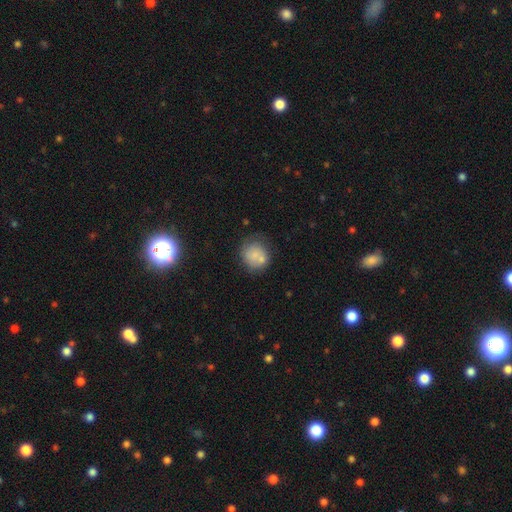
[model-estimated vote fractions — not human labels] smooth-or-featured: smooth: 73% | featured or disk: 19% | star or artifact: 8%
  how-rounded: round: 83% | in between: 16% | cigar-shaped: 1%
  merging: none: 53% | merger: 21% | minor disturbance: 19% | major disturbance: 7%